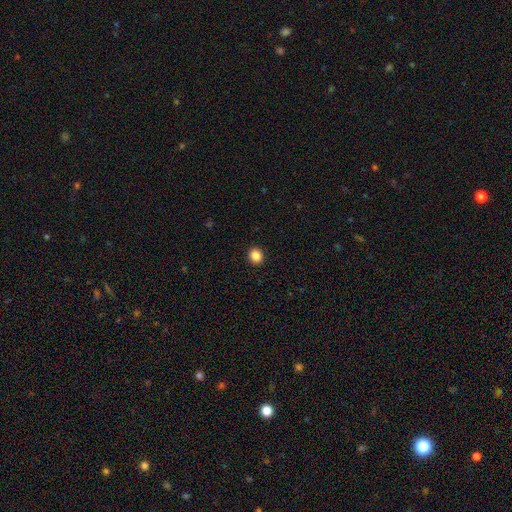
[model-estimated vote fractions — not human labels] Smooth or featured? smooth (87%)
How rounded? round (81%)
Merging? none (93%)